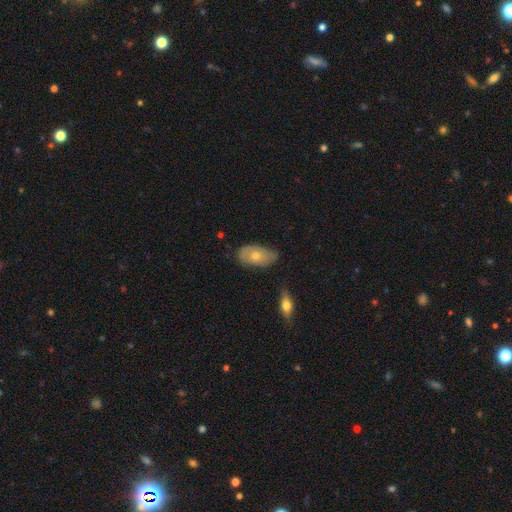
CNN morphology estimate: Smooth or featured? Predicted: smooth (p=0.54). How rounded? Predicted: in between (p=0.91). Merging? Predicted: none (p=0.72).